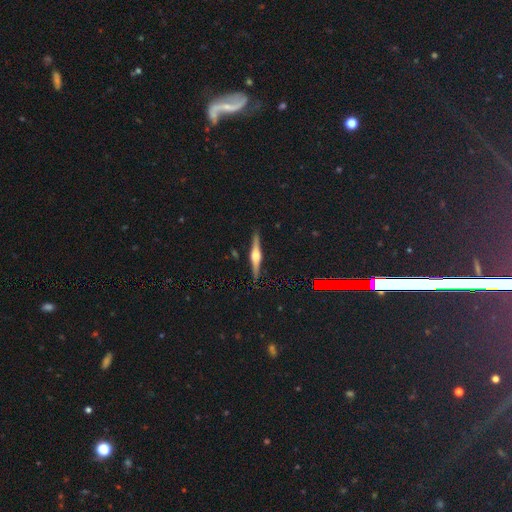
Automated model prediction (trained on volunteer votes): Smooth or featured?
  - featured or disk: 79% *
  - smooth: 15%
  - star or artifact: 6%
Edge-on disk?
  - yes: 98% *
  - no: 2%
Edge-on bulge?
  - rounded: 89% *
  - boxy: 8%
  - none: 2%
Merging?
  - none: 91% *
  - minor disturbance: 6%
  - major disturbance: 1%
  - merger: 1%